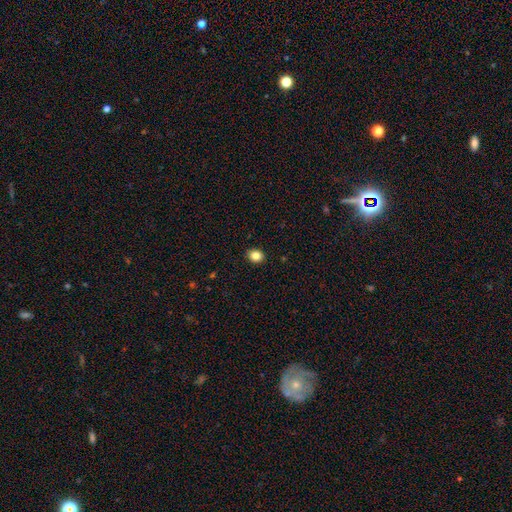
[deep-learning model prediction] The model was most divided on "how rounded": round: 55%, in between: 44%, cigar-shaped: 1%. More confident: merging — none (91%); smooth or featured — smooth (85%).